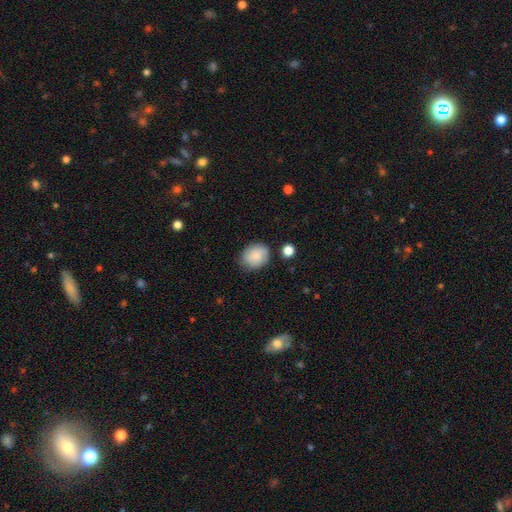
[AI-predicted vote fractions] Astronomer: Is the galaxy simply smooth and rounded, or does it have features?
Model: smooth — 84%.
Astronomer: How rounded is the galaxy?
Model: in between — 51% (runner-up: round, 48%).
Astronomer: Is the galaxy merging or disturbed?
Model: none — 73%.